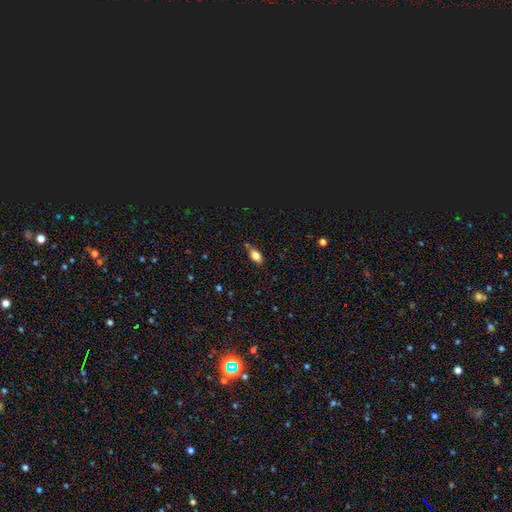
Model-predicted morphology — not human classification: Smooth or featured: smooth — 79% (featured or disk — 11%)
How rounded: in between — 87% (cigar-shaped — 7%)
Merging: none — 68% (minor disturbance — 22%)